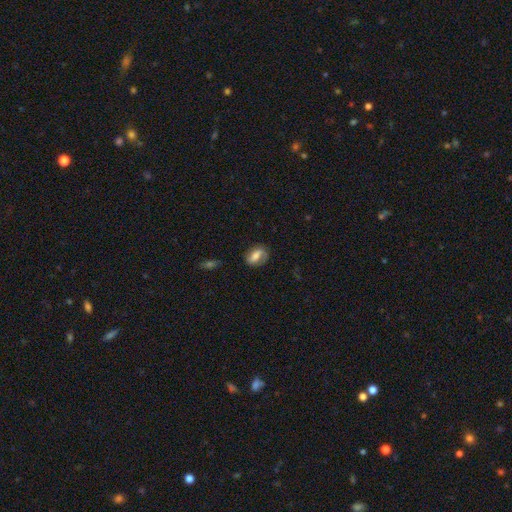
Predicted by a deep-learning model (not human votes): A smooth galaxy with no disk features (54%) that is in between round and cigar-shaped (74%). Merging: none (72%).